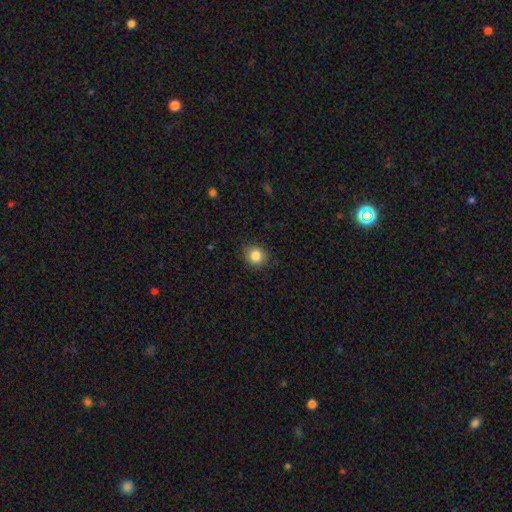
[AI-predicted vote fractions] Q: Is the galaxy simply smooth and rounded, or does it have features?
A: smooth — 84%.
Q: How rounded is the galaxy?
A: round — 84%.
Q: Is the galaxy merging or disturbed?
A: none — 89%.